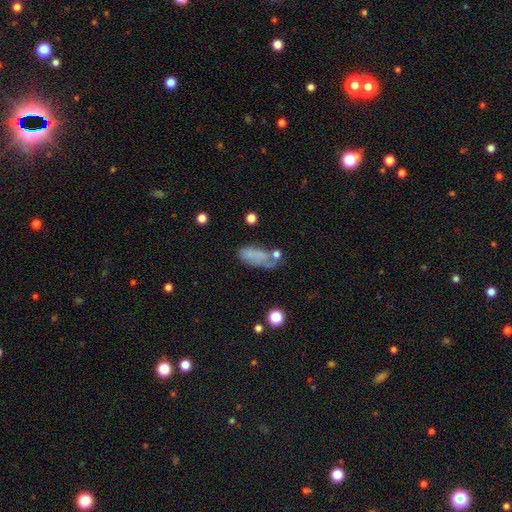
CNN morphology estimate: type=smooth (59%); roundness=in between (85%); merging=none (34%).